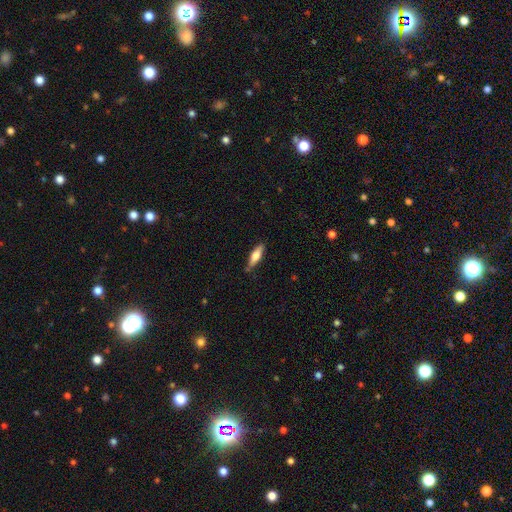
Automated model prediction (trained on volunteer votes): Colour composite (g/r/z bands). It shows a smooth galaxy with no disk features (64%) that is cigar-shaped (53%). Merging: none (80%).